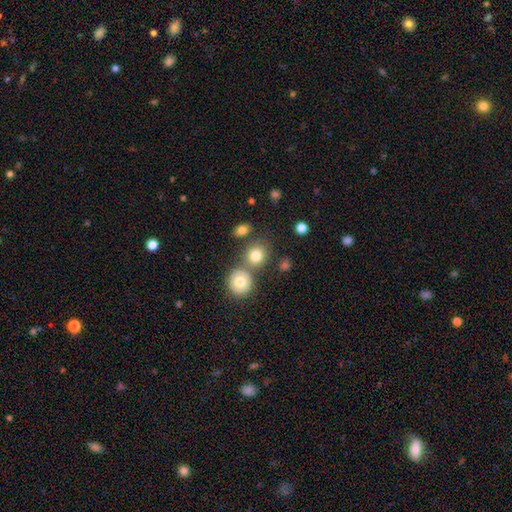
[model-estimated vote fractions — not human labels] smooth_or_featured: smooth (p=0.79) [alt: featured or disk p=0.11]
how_rounded: round (p=0.79) [alt: in between p=0.20]
merging: none (p=0.64) [alt: merger p=0.20]